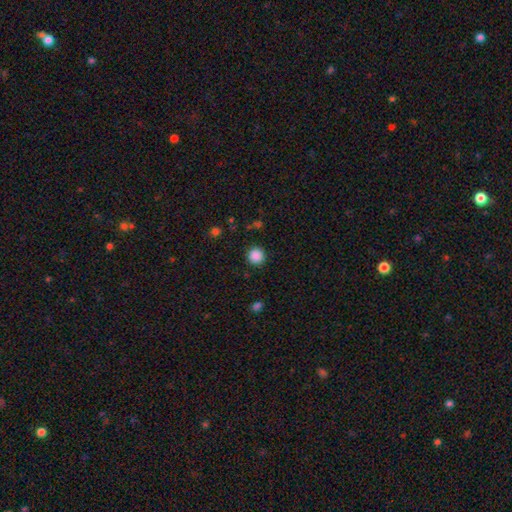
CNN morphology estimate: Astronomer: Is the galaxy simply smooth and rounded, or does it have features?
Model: smooth — 88%.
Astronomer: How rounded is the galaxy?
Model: round — 95%.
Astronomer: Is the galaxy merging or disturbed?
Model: none — 91%.